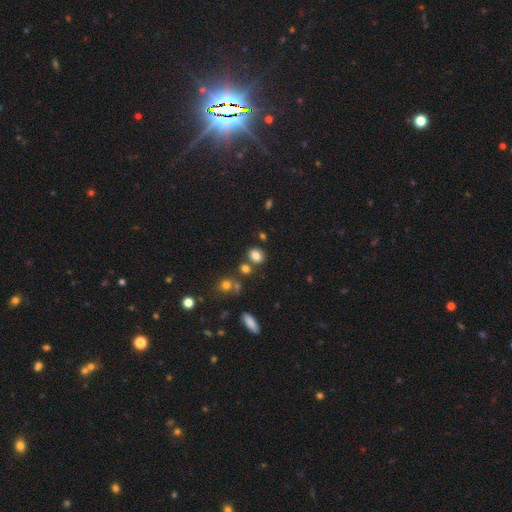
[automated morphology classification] Q: Smooth or featured?
A: smooth (81%); runner-up: star or artifact (12%)
Q: How rounded?
A: in between (60%); runner-up: round (38%)
Q: Merging?
A: none (70%); runner-up: merger (14%)